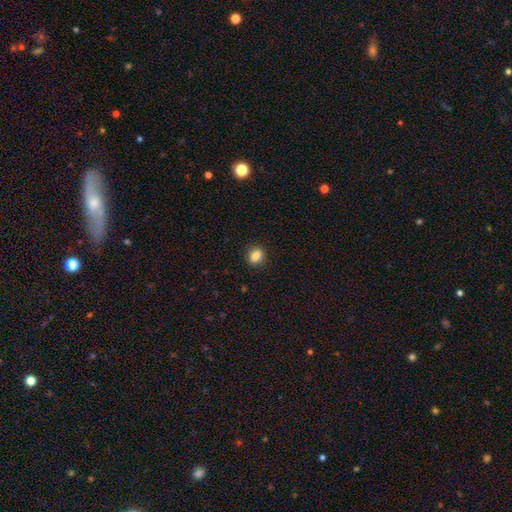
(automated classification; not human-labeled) smooth-or-featured: smooth: 85% | star or artifact: 10% | featured or disk: 5%
  how-rounded: round: 54% | in between: 45% | cigar-shaped: 1%
  merging: none: 89% | minor disturbance: 8% | major disturbance: 2% | merger: 1%